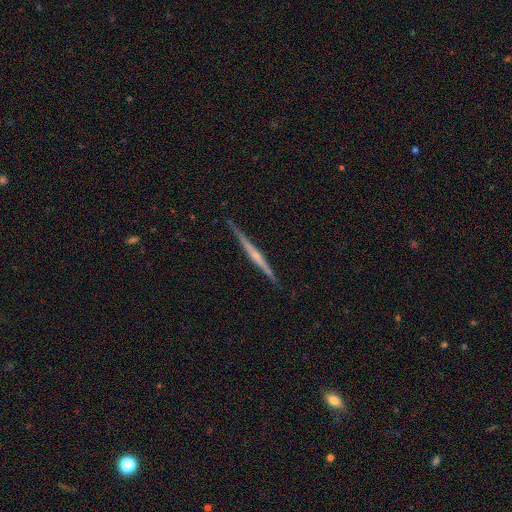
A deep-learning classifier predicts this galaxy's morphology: A featured or disk galaxy (73%) viewed edge-on (98%) with no central bulge (45%, tied with rounded). Merging: none (88%).